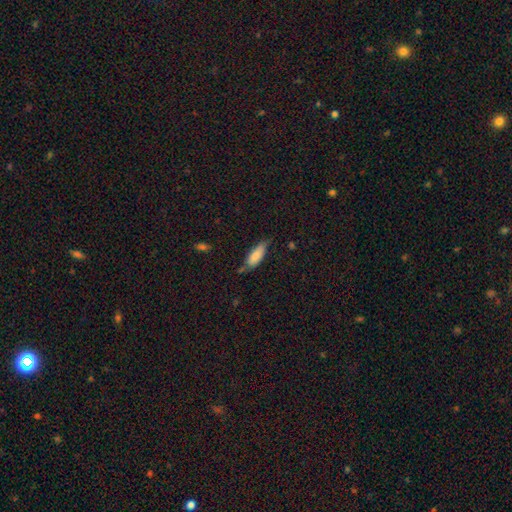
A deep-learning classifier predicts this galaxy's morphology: type=smooth (78%); roundness=in between (64%); merging=none (59%).